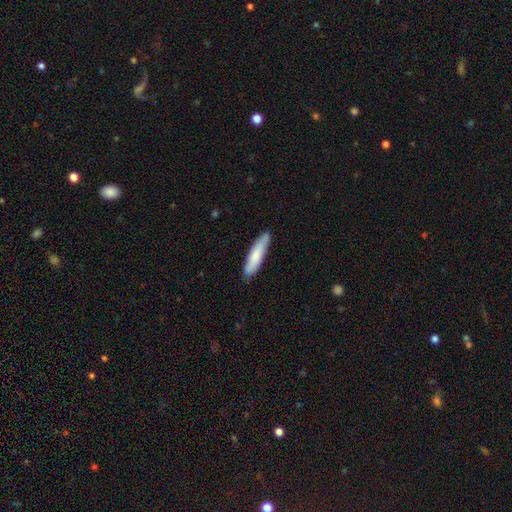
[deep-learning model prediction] smooth_or_featured: smooth (p=0.76) [alt: featured or disk p=0.19]
how_rounded: cigar-shaped (p=0.80) [alt: in between p=0.18]
merging: none (p=0.86) [alt: minor disturbance p=0.11]